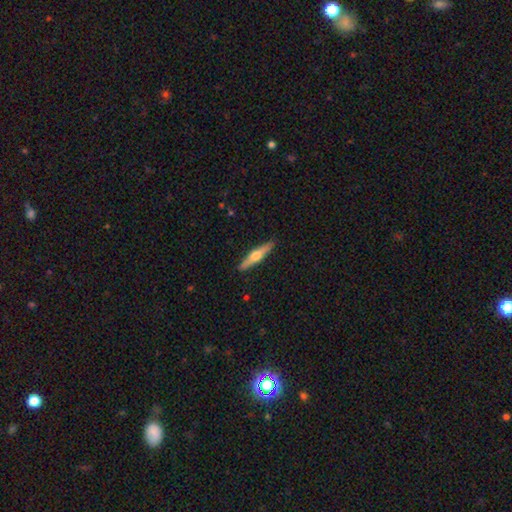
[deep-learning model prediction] smooth-or-featured: featured or disk: 62% | smooth: 33% | star or artifact: 5%
  disk-edge-on: yes: 96% | no: 4%
    edge-on-bulge: rounded: 95% | boxy: 3% | none: 3%
  merging: none: 91% | minor disturbance: 7% | major disturbance: 1% | merger: 1%